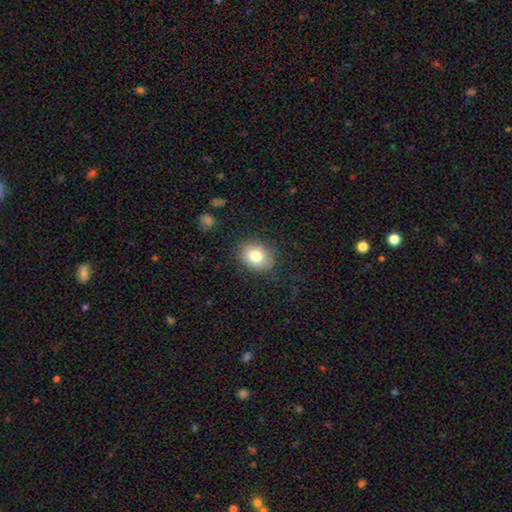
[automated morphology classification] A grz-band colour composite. It shows a smooth galaxy with no disk features (80%) that is in between round and cigar-shaped (56%). Merging: none (83%).